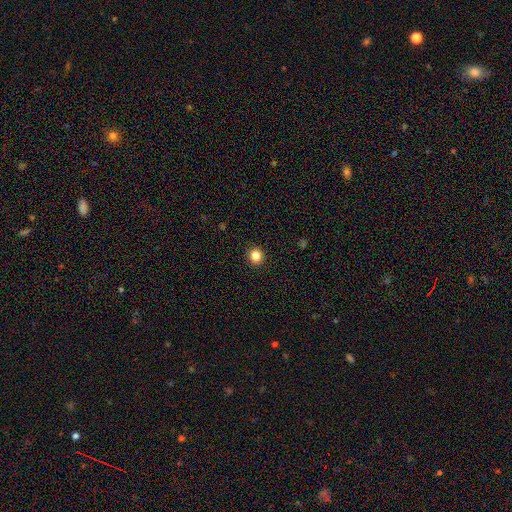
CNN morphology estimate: smooth 85%, star or artifact 11%, featured or disk 4%. Down the decision tree: how rounded — round (87%); merging — none (92%).